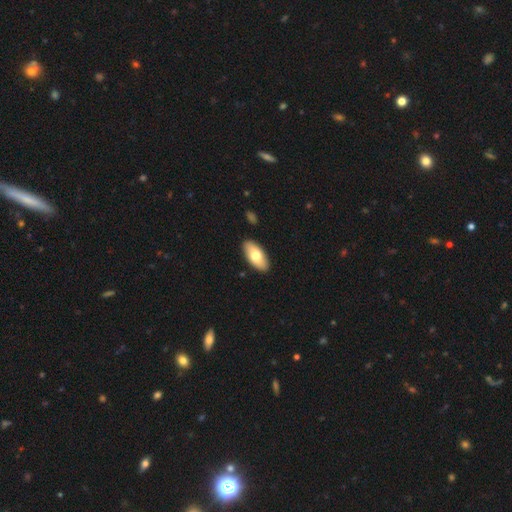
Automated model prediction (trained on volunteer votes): This appears to be a smooth galaxy with no disk features (72%) that is in between round and cigar-shaped (92%). Merging: none (90%).